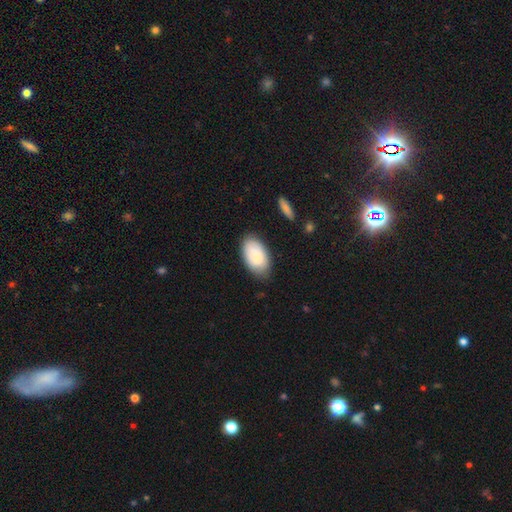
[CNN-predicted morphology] Smooth or featured: smooth — 81% (featured or disk — 13%)
How rounded: in between — 94% (round — 4%)
Merging: none — 80% (minor disturbance — 16%)